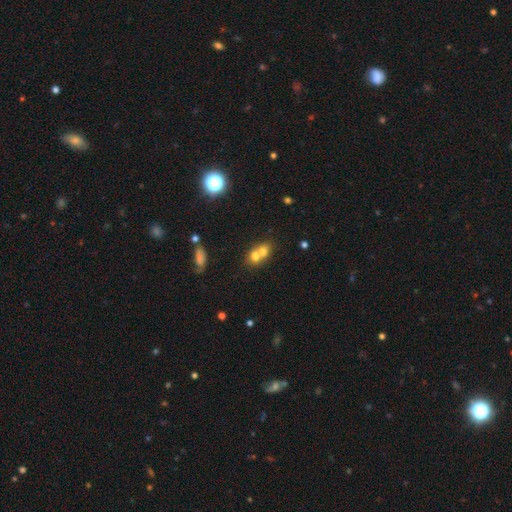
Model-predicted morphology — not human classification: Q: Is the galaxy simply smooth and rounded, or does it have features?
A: smooth — 67%.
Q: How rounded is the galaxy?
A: round — 62%.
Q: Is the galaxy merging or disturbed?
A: merger — 68%.